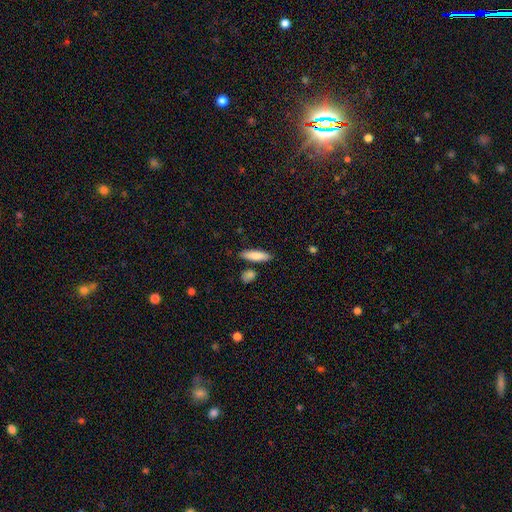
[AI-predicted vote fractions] smooth-or-featured: smooth: 83% | featured or disk: 11% | star or artifact: 6%
  how-rounded: cigar-shaped: 61% | in between: 36% | round: 2%
  merging: none: 83% | minor disturbance: 9% | merger: 5% | major disturbance: 2%